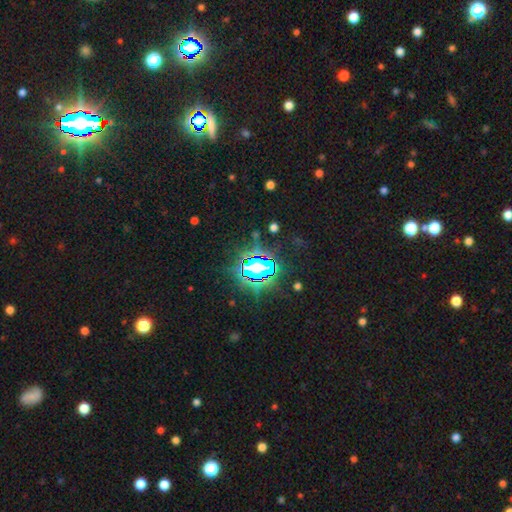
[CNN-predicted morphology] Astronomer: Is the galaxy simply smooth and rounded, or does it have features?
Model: star or artifact — 78%.